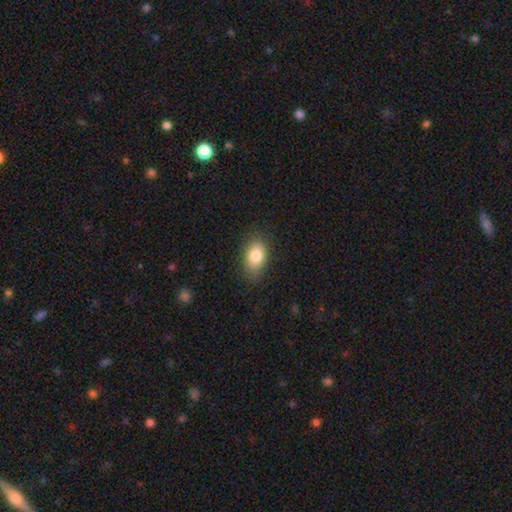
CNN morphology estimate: Overall: smooth (82%). How rounded: in between (87%). Merging: none (80%).